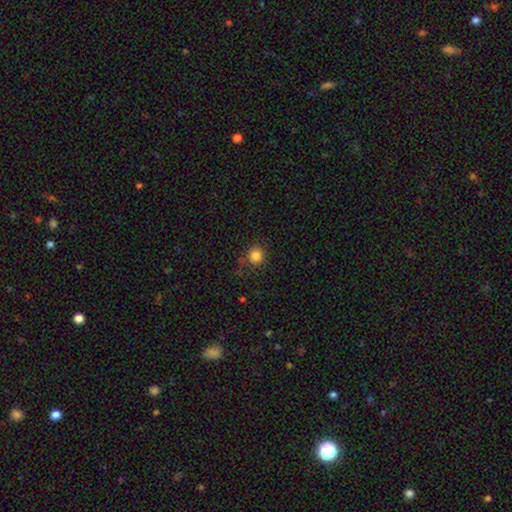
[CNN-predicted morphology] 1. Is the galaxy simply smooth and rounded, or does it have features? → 84% smooth, 12% star or artifact, 5% featured or disk.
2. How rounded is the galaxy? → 91% round, 8% in between, 1% cigar-shaped.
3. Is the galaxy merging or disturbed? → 83% none, 11% minor disturbance, 3% major disturbance, 3% merger.